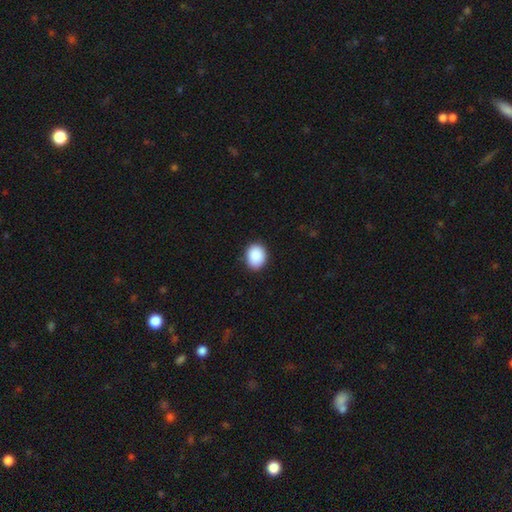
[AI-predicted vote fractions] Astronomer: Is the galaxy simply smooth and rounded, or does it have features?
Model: smooth — 90%.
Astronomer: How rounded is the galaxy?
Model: in between — 51% (runner-up: round, 48%).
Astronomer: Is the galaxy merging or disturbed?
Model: none — 88%.